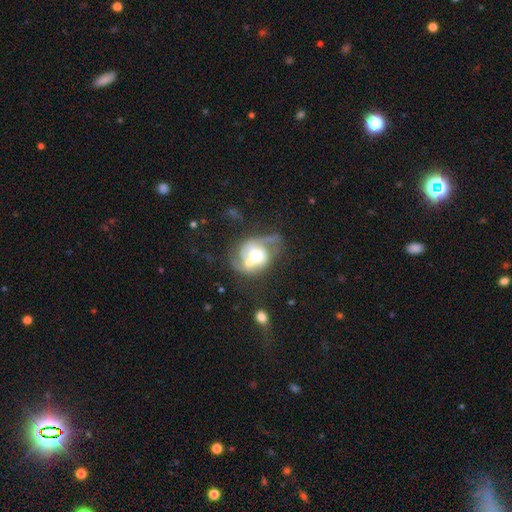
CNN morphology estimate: Smooth or featured?
  - featured or disk: 67% *
  - smooth: 26%
  - star or artifact: 7%
Edge-on disk?
  - no: 97% *
  - yes: 3%
Bar?
  - no: 69% *
  - weak: 24%
  - strong: 7%
Spiral arms?
  - yes: 73% *
  - no: 27%
Bulge size?
  - moderate: 61% *
  - large: 21%
  - small: 13%
  - dominant: 3%
  - none: 2%
Merging?
  - merger: 34% *
  - major disturbance: 26%
  - none: 25%
  - minor disturbance: 16%